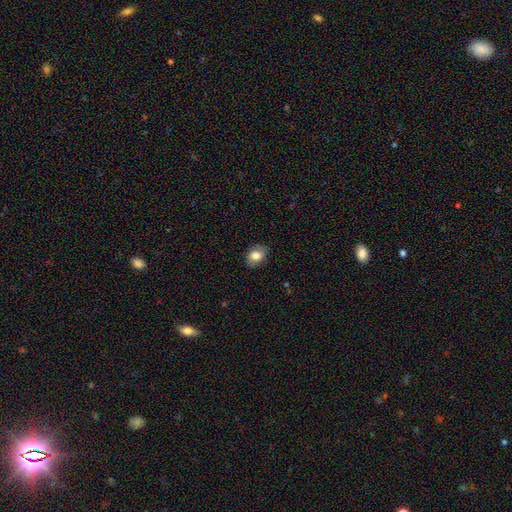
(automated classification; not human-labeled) The model was most divided on "how rounded": in between: 73%, round: 26%, cigar-shaped: 1%. More confident: merging — none (84%); smooth or featured — smooth (81%).